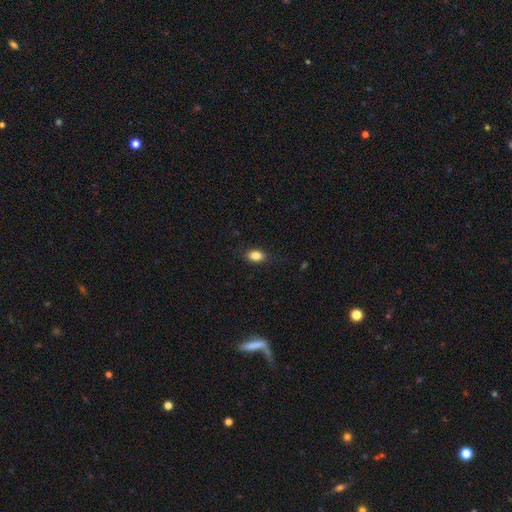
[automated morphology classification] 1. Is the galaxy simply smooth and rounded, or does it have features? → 85% smooth, 9% star or artifact, 5% featured or disk.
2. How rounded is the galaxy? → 79% in between, 18% round, 2% cigar-shaped.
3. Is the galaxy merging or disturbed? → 84% none, 12% minor disturbance, 3% major disturbance, 1% merger.